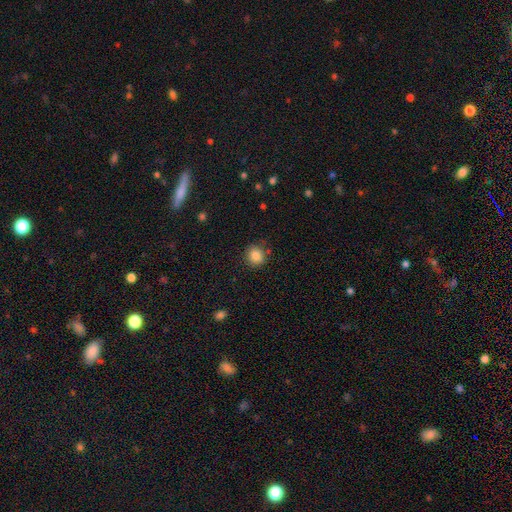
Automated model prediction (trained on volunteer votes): This appears to be a smooth galaxy with no disk features (84%) that is round (87%). Merging: none (86%).